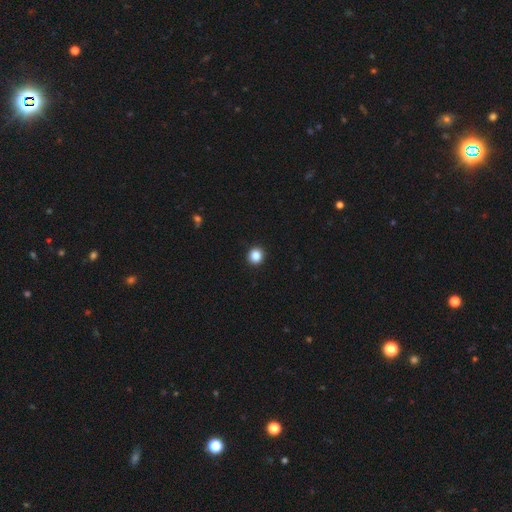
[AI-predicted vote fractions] smooth 86%, star or artifact 11%, featured or disk 4%. Down the decision tree: how rounded — round (92%); merging — none (94%).